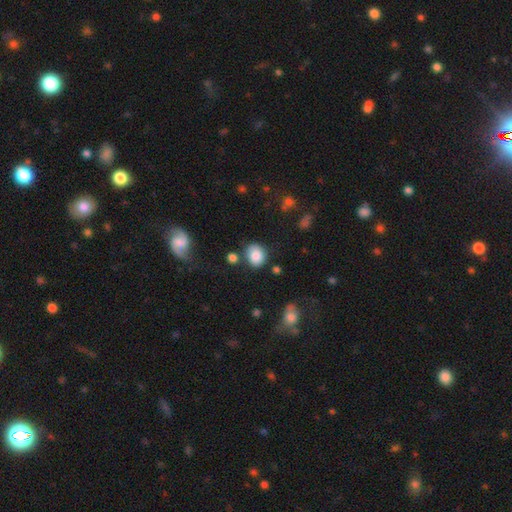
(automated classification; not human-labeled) Smooth or featured? smooth (81%)
How rounded? round (67%)
Merging? none (76%)